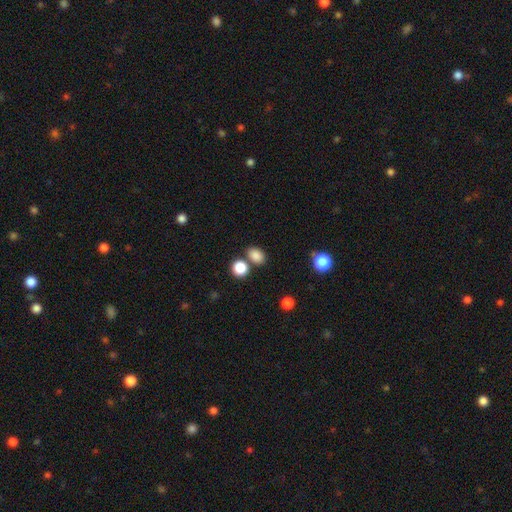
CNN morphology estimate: Smooth or featured?
  - smooth: 84% *
  - star or artifact: 11%
  - featured or disk: 5%
How rounded?
  - in between: 65% *
  - round: 34%
  - cigar-shaped: 1%
Merging?
  - none: 70% *
  - merger: 16%
  - minor disturbance: 10%
  - major disturbance: 3%